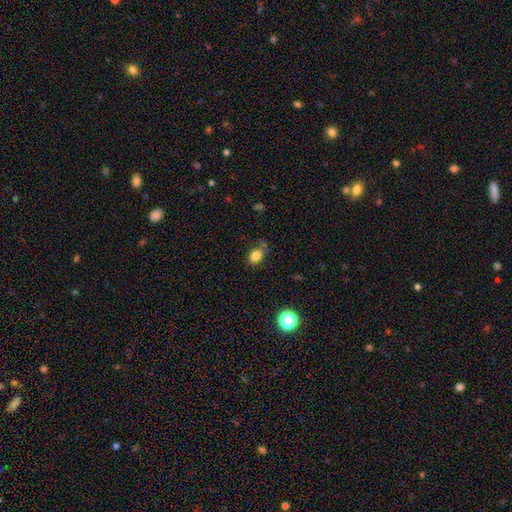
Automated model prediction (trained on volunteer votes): smooth-or-featured: smooth: 81% | star or artifact: 12% | featured or disk: 7%
  how-rounded: in between: 67% | round: 32% | cigar-shaped: 1%
  merging: none: 67% | minor disturbance: 21% | major disturbance: 7% | merger: 6%